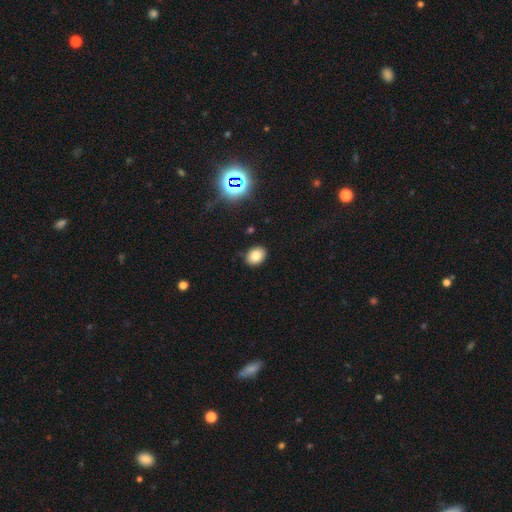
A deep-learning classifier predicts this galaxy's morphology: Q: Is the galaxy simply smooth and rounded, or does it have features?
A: smooth — 79%.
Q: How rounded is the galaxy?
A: in between — 68%.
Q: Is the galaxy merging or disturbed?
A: none — 88%.